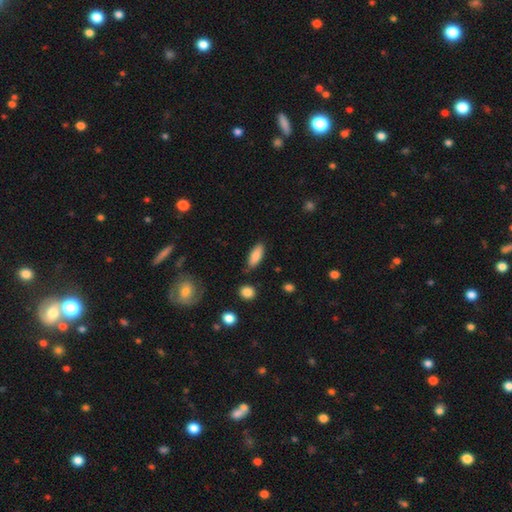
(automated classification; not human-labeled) A smooth galaxy with no disk features (85%) that is in between round and cigar-shaped (74%).

Vote fractions:
- Smooth or featured? smooth: 85% / featured or disk: 9% / star or artifact: 7%
- How rounded? in between: 74% / cigar-shaped: 24% / round: 2%
- Merging? none: 79% / minor disturbance: 15% / major disturbance: 3% / merger: 3%